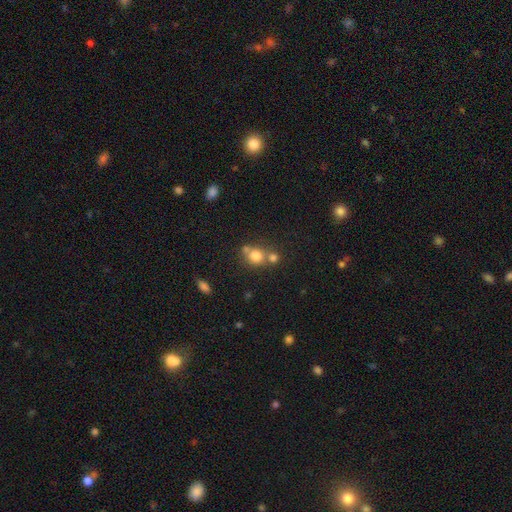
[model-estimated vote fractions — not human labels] The model was most divided on "merging": none: 45%, merger: 42%, minor disturbance: 9%, major disturbance: 4%. More confident: smooth or featured — smooth (77%); how rounded — round (75%).